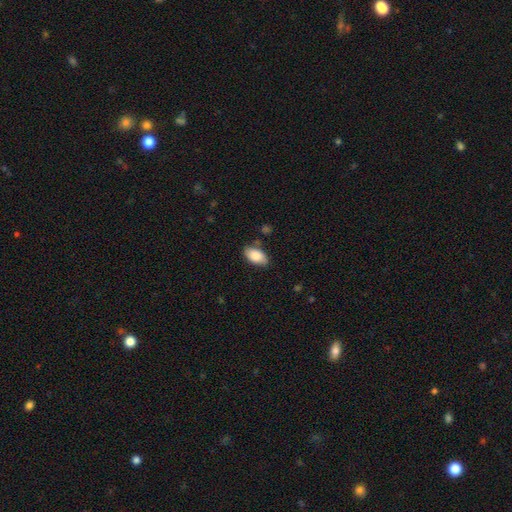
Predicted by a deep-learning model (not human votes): The model was most divided on "merging": none: 78%, minor disturbance: 16%, major disturbance: 3%, merger: 3%. More confident: how rounded — in between (94%); smooth or featured — smooth (85%).